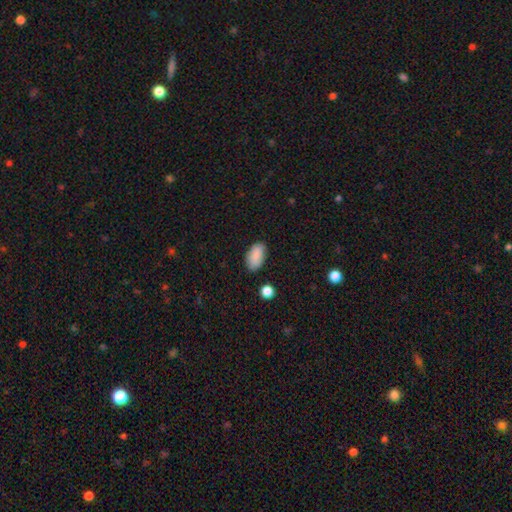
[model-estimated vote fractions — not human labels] Smooth or featured? Predicted: smooth (p=0.89). How rounded? Predicted: in between (p=0.94). Merging? Predicted: none (p=0.82).